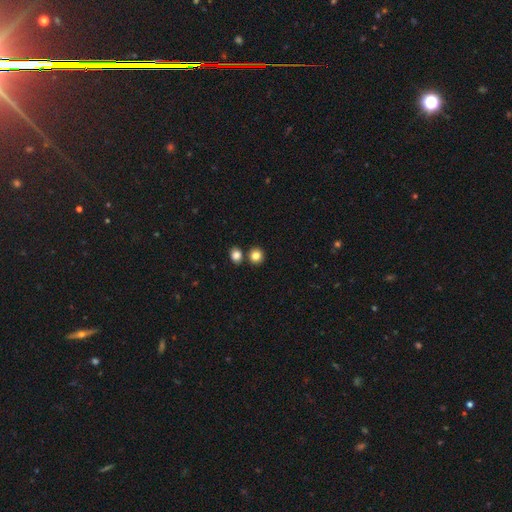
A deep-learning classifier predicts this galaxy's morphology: The model was most divided on "merging": none: 75%, merger: 15%, minor disturbance: 8%, major disturbance: 2%. More confident: smooth or featured — smooth (84%); how rounded — round (83%).